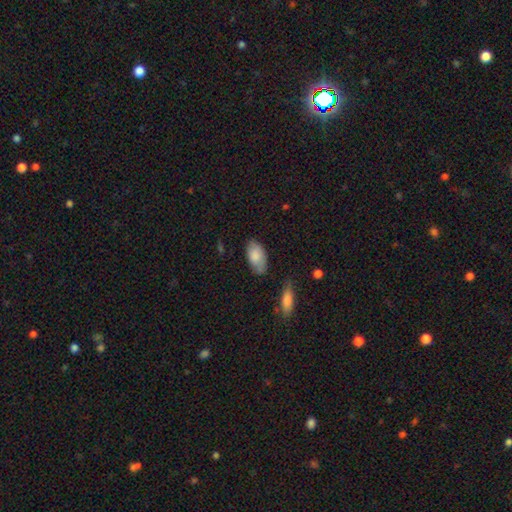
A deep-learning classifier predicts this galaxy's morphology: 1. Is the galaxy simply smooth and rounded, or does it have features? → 82% smooth, 11% featured or disk, 6% star or artifact.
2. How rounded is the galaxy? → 94% in between, 3% cigar-shaped, 3% round.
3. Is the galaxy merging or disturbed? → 71% none, 22% minor disturbance, 4% major disturbance, 3% merger.